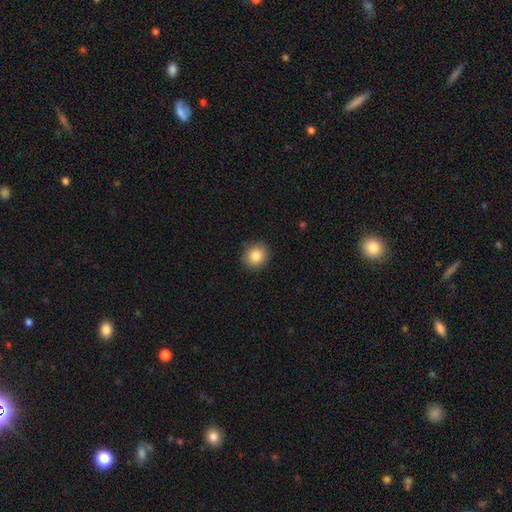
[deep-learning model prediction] Q: Smooth or featured?
A: smooth (86%); runner-up: star or artifact (9%)
Q: How rounded?
A: round (82%); runner-up: in between (17%)
Q: Merging?
A: none (89%); runner-up: minor disturbance (8%)